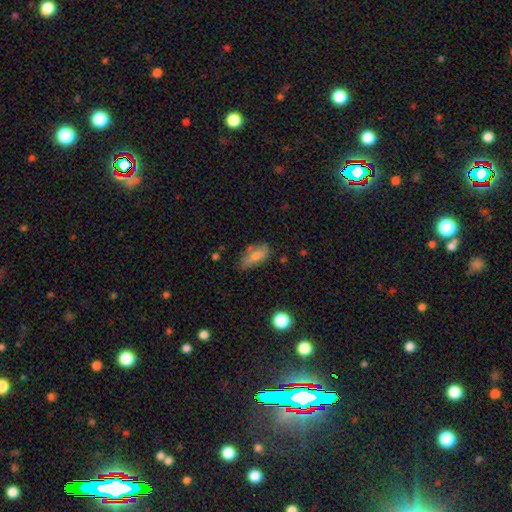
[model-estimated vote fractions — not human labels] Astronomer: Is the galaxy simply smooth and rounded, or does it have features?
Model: smooth — 71%.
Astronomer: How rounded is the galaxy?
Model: in between — 80%.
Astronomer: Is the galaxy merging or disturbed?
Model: none — 64%.